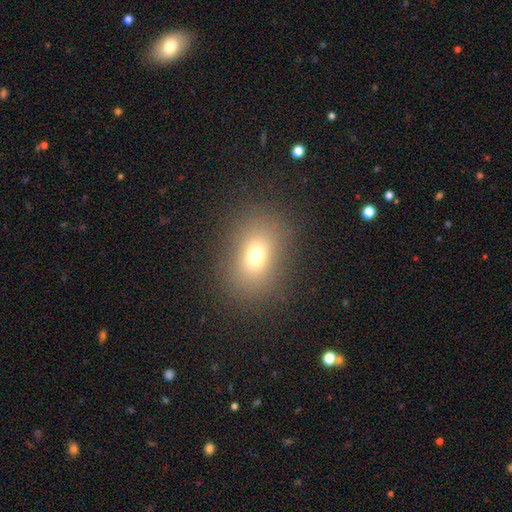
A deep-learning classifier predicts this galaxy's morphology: Smooth or featured?
  - smooth: 70% *
  - star or artifact: 18%
  - featured or disk: 12%
How rounded?
  - in between: 60% *
  - round: 38%
  - cigar-shaped: 1%
Merging?
  - none: 84% *
  - minor disturbance: 9%
  - major disturbance: 5%
  - merger: 1%